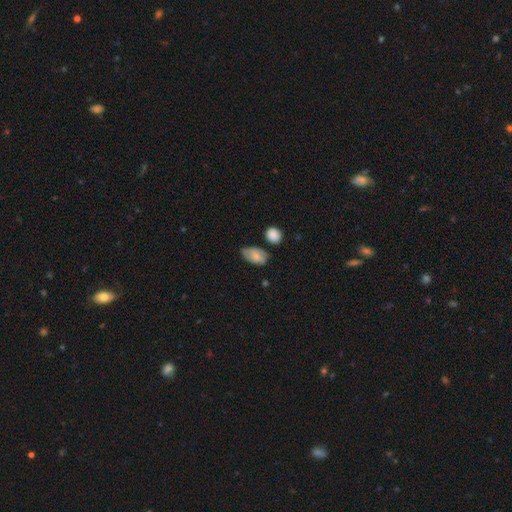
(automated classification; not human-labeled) smooth 67%, featured or disk 25%, star or artifact 7%. Down the decision tree: how rounded — in between (88%); merging — none (54%).